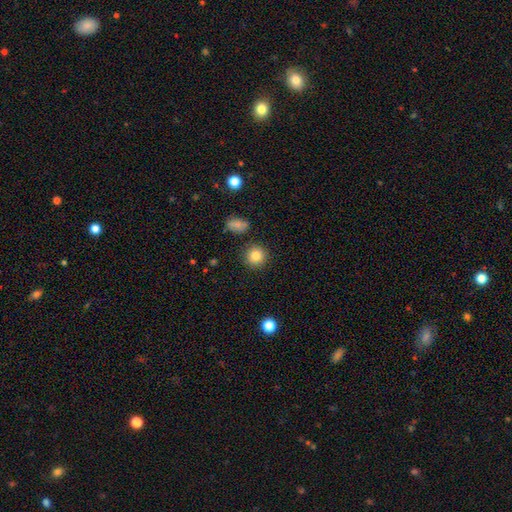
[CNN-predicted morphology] smooth_or_featured: smooth (p=0.83) [alt: star or artifact p=0.10]
how_rounded: round (p=0.93) [alt: in between p=0.06]
merging: none (p=0.88) [alt: minor disturbance p=0.07]